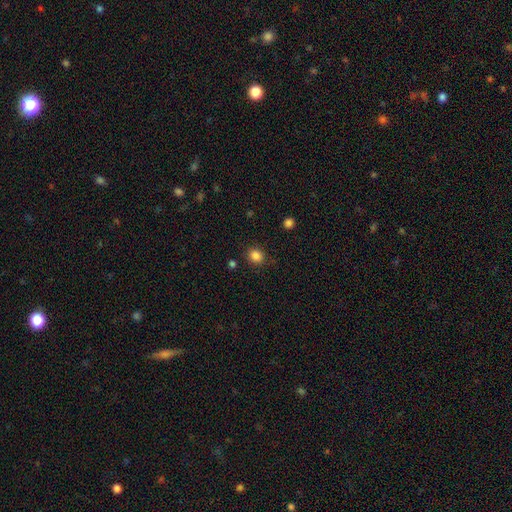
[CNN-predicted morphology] A smooth galaxy with no disk features (85%) that is round (68%). Merging: none (85%).